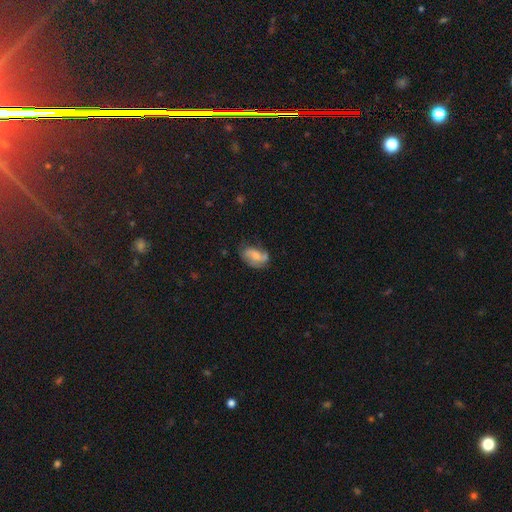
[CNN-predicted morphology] A featured or disk galaxy (46%, tied with smooth).

Vote fractions:
- Smooth or featured? featured or disk: 46% (tied) / smooth: 46% (tied) / star or artifact: 8%
- Merging? none: 52% / minor disturbance: 29% / major disturbance: 14% / merger: 5%